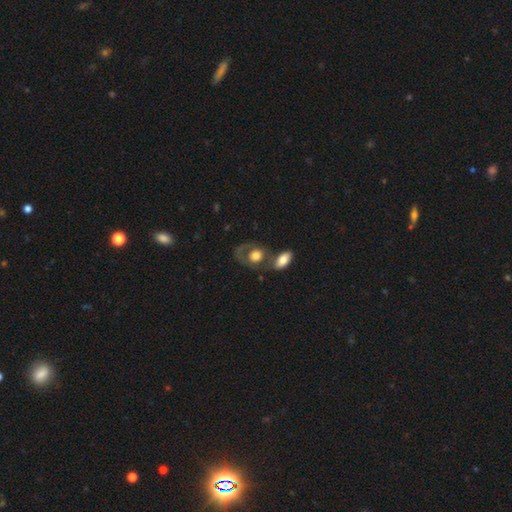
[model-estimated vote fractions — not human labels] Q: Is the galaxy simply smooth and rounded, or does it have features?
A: smooth — 61%.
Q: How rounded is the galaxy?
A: in between — 53%.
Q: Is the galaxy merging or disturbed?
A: none — 34%.